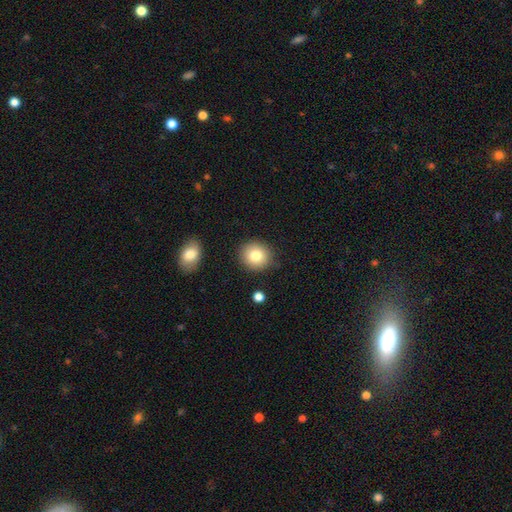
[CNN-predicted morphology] Smooth or featured?
  - smooth: 80% *
  - featured or disk: 10%
  - star or artifact: 10%
How rounded?
  - round: 87% *
  - in between: 12%
  - cigar-shaped: 1%
Merging?
  - none: 88% *
  - minor disturbance: 8%
  - merger: 2%
  - major disturbance: 2%